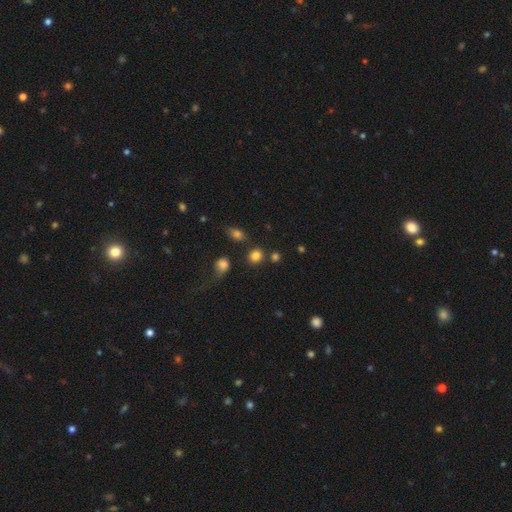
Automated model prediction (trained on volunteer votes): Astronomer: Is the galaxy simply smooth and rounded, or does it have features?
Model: smooth — 83%.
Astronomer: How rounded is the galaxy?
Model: round — 73%.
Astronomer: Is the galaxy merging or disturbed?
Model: none — 78%.